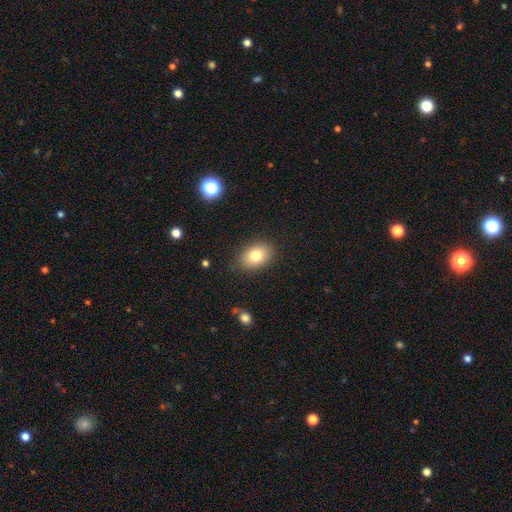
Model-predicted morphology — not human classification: Overall: smooth (79%). How rounded: in between (78%). Merging: none (86%).